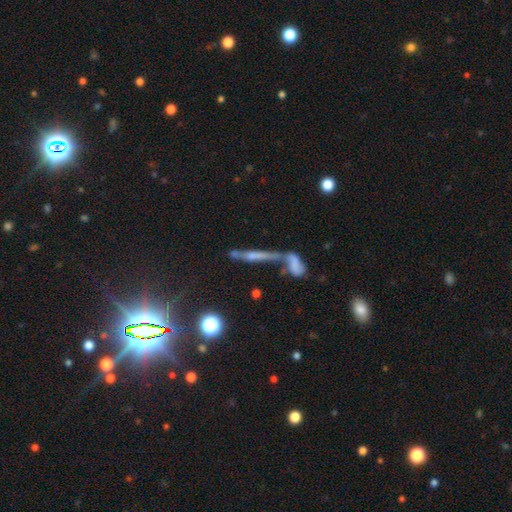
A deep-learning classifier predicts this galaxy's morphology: smooth_or_featured: featured or disk (p=0.48) [alt: smooth p=0.37]
merging: merger (p=0.48) [alt: none p=0.31]